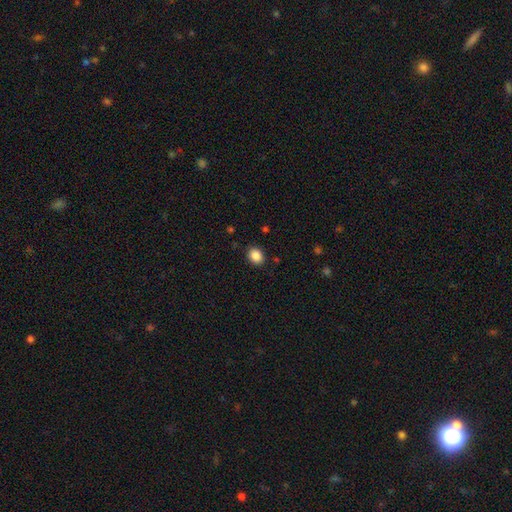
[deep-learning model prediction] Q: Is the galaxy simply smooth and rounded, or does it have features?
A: smooth — 87%.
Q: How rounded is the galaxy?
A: in between — 51%.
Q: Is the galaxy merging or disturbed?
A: none — 89%.